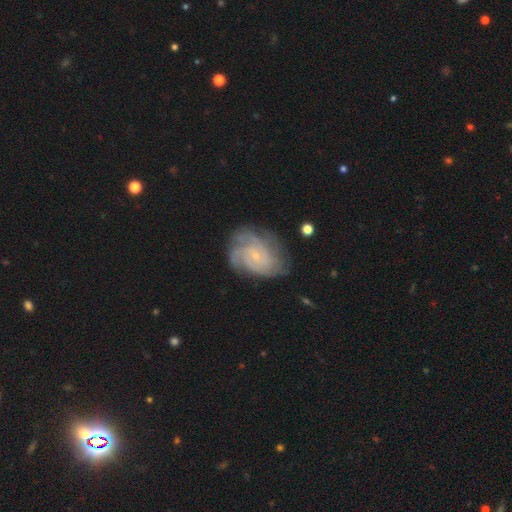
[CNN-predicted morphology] Smooth or featured: featured or disk — 84% (smooth — 10%)
Edge-on disk: no — 98% (yes — 2%)
Bar: no — 73% (weak — 23%)
Spiral arms: yes — 96% (no — 4%)
Spiral winding: tight — 63% (medium — 31%)
Spiral arm count: 4 — 29% (can't tell — 25%)
Bulge size: small — 82% (moderate — 13%)
Merging: none — 72% (minor disturbance — 19%)